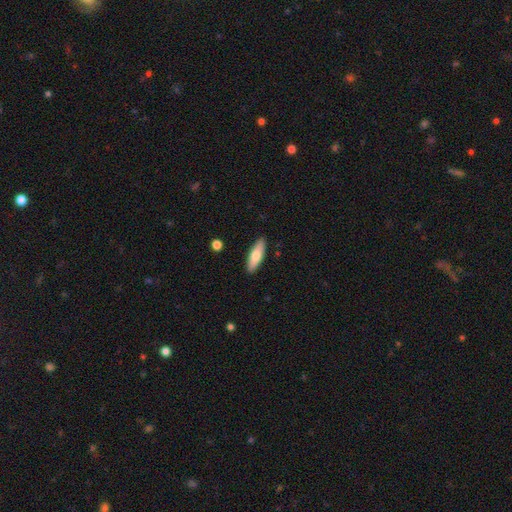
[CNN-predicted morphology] A smooth galaxy with no disk features (72%) that is in between round and cigar-shaped (50%). Merging: none (89%).